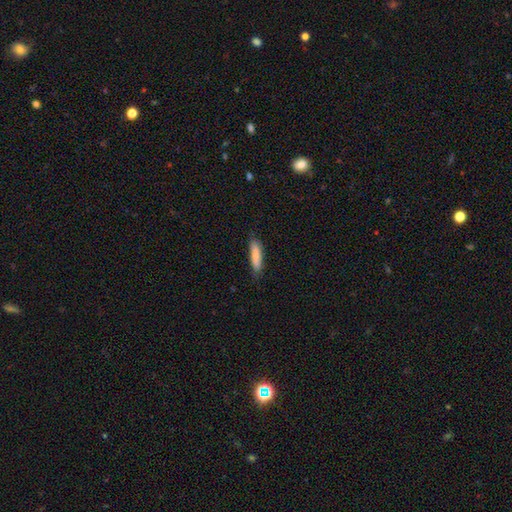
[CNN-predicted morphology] Smooth or featured? smooth (82%)
How rounded? cigar-shaped (74%)
Merging? none (79%)